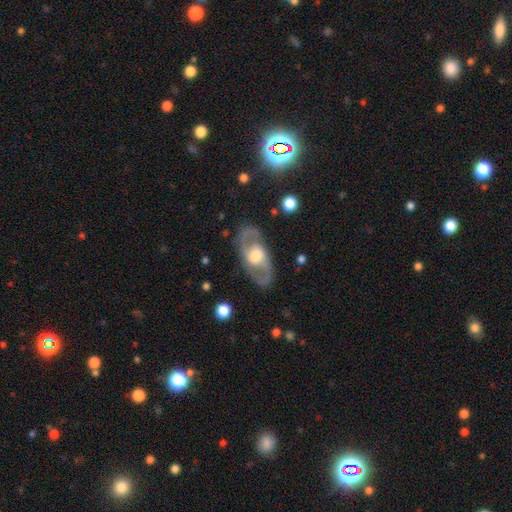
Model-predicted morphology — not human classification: Q: Smooth or featured?
A: featured or disk (81%); runner-up: smooth (15%)
Q: Edge-on disk?
A: no (92%); runner-up: yes (8%)
Q: Bar?
A: no (58%); runner-up: weak (32%)
Q: Spiral arms?
A: yes (80%); runner-up: no (20%)
Q: Spiral winding?
A: medium (55%); runner-up: loose (26%)
Q: Spiral arm count?
A: 2 (90%); runner-up: can't tell (5%)
Q: Bulge size?
A: moderate (54%); runner-up: large (35%)
Q: Merging?
A: none (84%); runner-up: minor disturbance (10%)